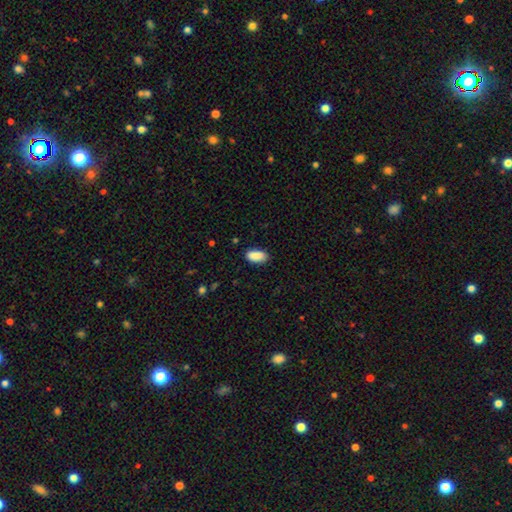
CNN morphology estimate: A smooth galaxy with no disk features (90%) that is in between round and cigar-shaped (92%).

Vote fractions:
- Smooth or featured? smooth: 90% / star or artifact: 7% / featured or disk: 3%
- How rounded? in between: 92% / cigar-shaped: 5% / round: 3%
- Merging? none: 84% / minor disturbance: 12% / major disturbance: 2% / merger: 1%